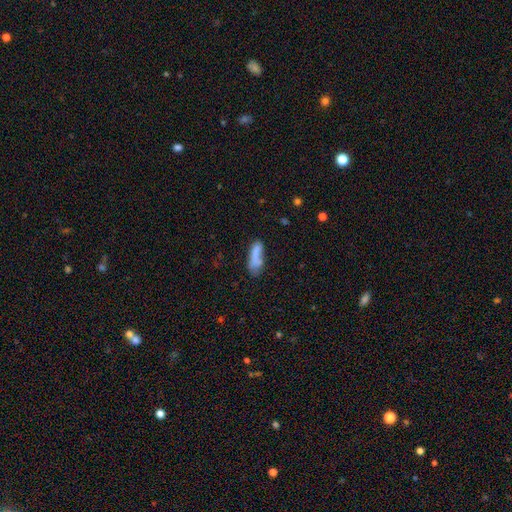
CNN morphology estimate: Smooth or featured?
  - smooth: 75% *
  - featured or disk: 16%
  - star or artifact: 9%
How rounded?
  - in between: 58% *
  - cigar-shaped: 40%
  - round: 2%
Merging?
  - none: 45% *
  - minor disturbance: 27%
  - major disturbance: 15%
  - merger: 13%